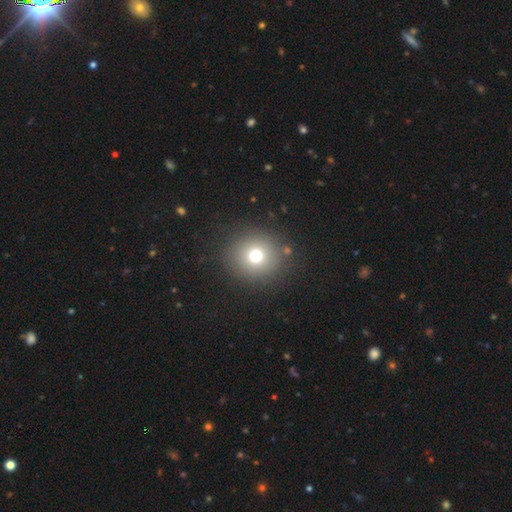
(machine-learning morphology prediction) Smooth or featured? Predicted: smooth (p=0.72). How rounded? Predicted: round (p=0.92). Merging? Predicted: none (p=0.87).